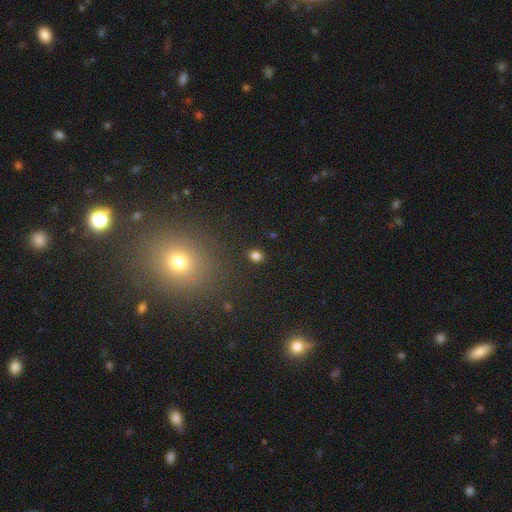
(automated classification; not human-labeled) Q: Smooth or featured?
A: smooth (80%); runner-up: star or artifact (14%)
Q: How rounded?
A: in between (55%); runner-up: round (43%)
Q: Merging?
A: none (87%); runner-up: minor disturbance (8%)